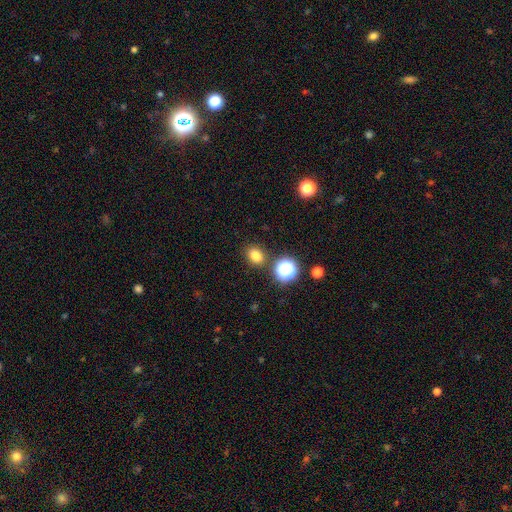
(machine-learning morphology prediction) This is likely a smooth galaxy (79%). How rounded: possibly round (51%). Merging: clearly none (83%).